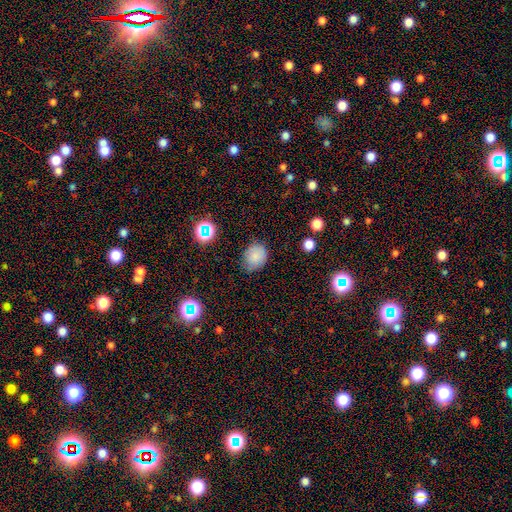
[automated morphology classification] Smooth or featured: smooth — 79% (star or artifact — 13%)
How rounded: round — 51% (in between — 48%)
Merging: none — 71% (minor disturbance — 22%)